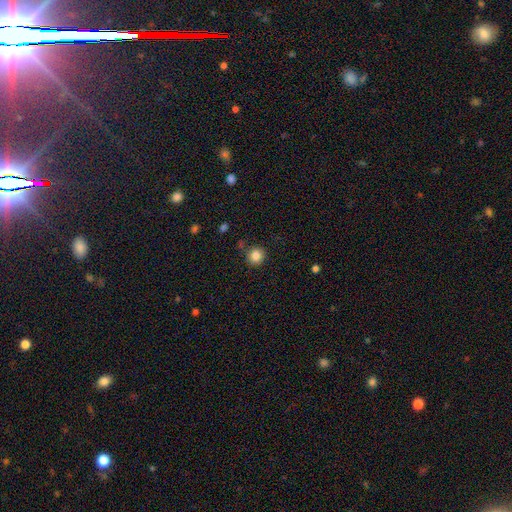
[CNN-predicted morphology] Smooth or featured? Predicted: smooth (p=0.84). How rounded? Predicted: round (p=0.93). Merging? Predicted: none (p=0.85).